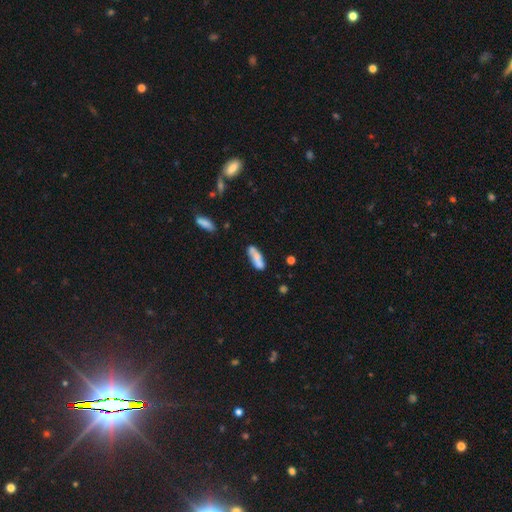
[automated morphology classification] Smooth or featured?
  - smooth: 69% *
  - featured or disk: 23%
  - star or artifact: 7%
How rounded?
  - cigar-shaped: 50% *
  - in between: 48%
  - round: 2%
Merging?
  - none: 59% *
  - minor disturbance: 21%
  - merger: 14%
  - major disturbance: 6%